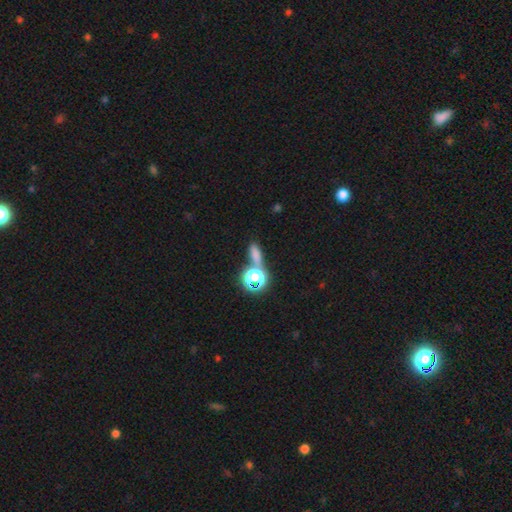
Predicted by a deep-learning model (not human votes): A smooth galaxy with no disk features (63%) that is in between round and cigar-shaped (51%). Merging: none (59%).